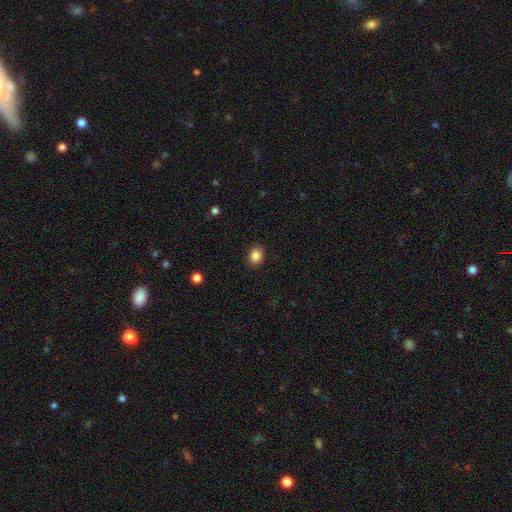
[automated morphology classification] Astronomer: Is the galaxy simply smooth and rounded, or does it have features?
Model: smooth — 86%.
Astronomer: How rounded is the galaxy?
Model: round — 56% (runner-up: in between, 44%).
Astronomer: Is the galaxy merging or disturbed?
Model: none — 90%.